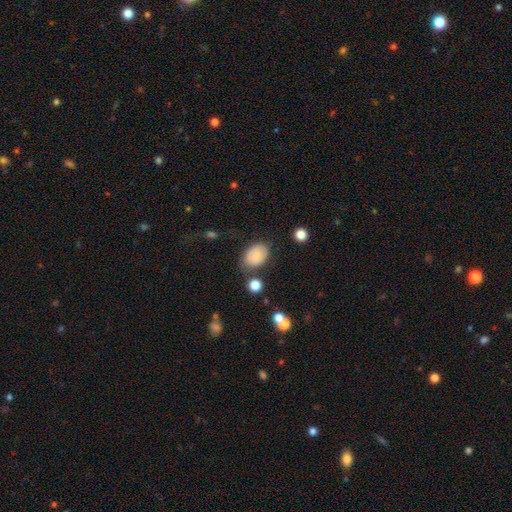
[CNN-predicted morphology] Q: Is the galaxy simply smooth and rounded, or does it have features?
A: smooth — 79%.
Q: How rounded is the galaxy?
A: in between — 82%.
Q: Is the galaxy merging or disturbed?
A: none — 69%.